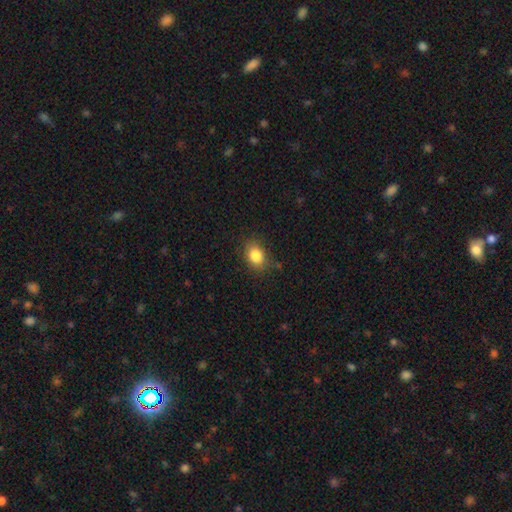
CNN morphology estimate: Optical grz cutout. It shows a smooth galaxy with no disk features (84%) that is in between round and cigar-shaped (64%). Merging: none (80%).